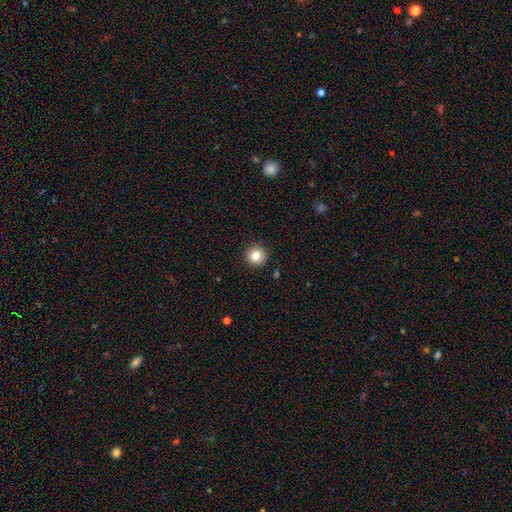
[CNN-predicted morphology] The model was most divided on "smooth or featured": smooth: 83%, star or artifact: 10%, featured or disk: 7%. More confident: how rounded — round (94%); merging — none (92%).